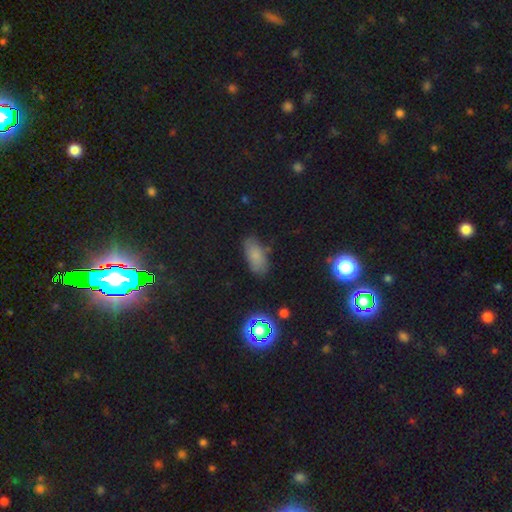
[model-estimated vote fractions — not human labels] smooth_or_featured: smooth (p=0.71) [alt: star or artifact p=0.18]
how_rounded: in between (p=0.89) [alt: cigar-shaped p=0.07]
merging: none (p=0.75) [alt: minor disturbance p=0.18]